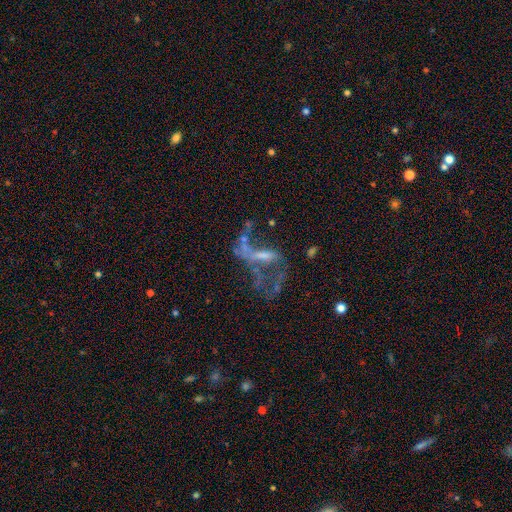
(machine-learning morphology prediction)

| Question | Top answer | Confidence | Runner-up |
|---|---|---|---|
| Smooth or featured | featured or disk | 65% | star or artifact (22%) |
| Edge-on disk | no | 91% | yes (9%) |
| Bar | no | 47% | weak (31%) |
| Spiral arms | yes | 51% | no (49%) |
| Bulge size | none | 39% | small (36%) |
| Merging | major disturbance | 41% | none (31%) |